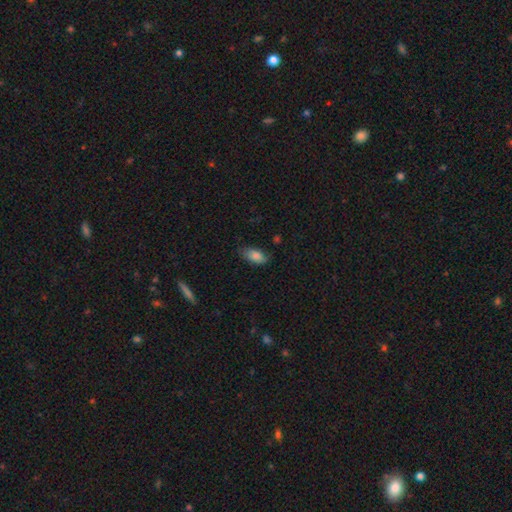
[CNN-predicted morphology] smooth-or-featured: smooth: 83% | featured or disk: 9% | star or artifact: 7%
  how-rounded: in between: 91% | cigar-shaped: 6% | round: 3%
  merging: none: 71% | minor disturbance: 23% | major disturbance: 4% | merger: 2%